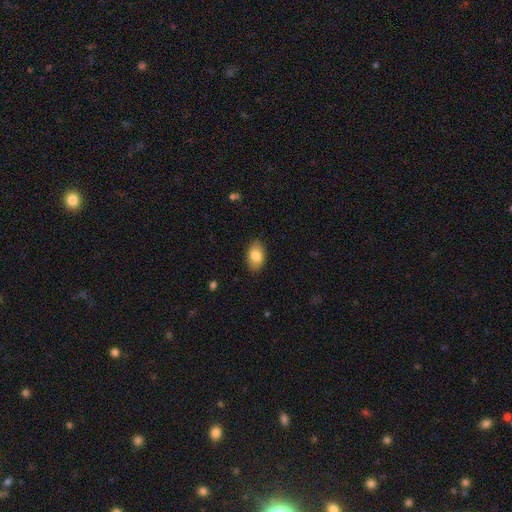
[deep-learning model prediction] This appears to be a smooth galaxy with no disk features (84%) that is in between round and cigar-shaped (90%). Merging: none (87%).